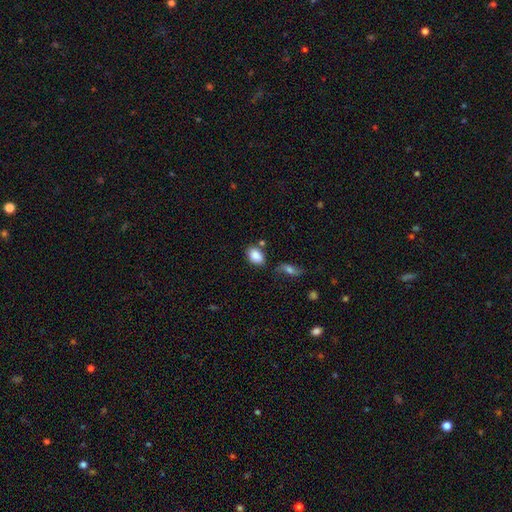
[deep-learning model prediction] Morphology: type=smooth (87%); roundness=in between (82%); merging=none (70%).